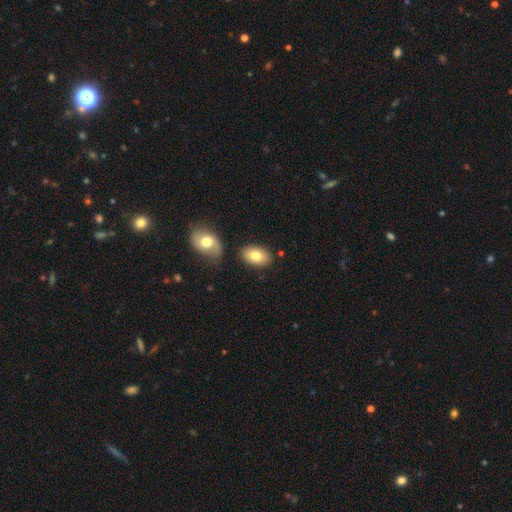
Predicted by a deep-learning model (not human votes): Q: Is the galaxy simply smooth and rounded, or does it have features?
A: smooth — 80%.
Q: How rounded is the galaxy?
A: in between — 90%.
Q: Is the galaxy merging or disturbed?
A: none — 78%.